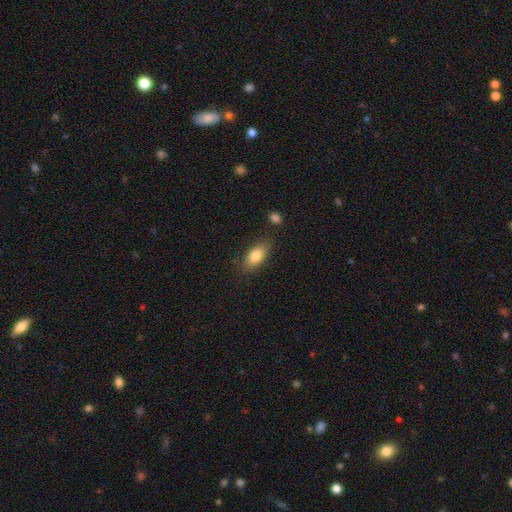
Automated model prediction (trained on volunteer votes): Smooth or featured: smooth — 82% (featured or disk — 11%)
How rounded: in between — 87% (cigar-shaped — 8%)
Merging: none — 79% (minor disturbance — 14%)